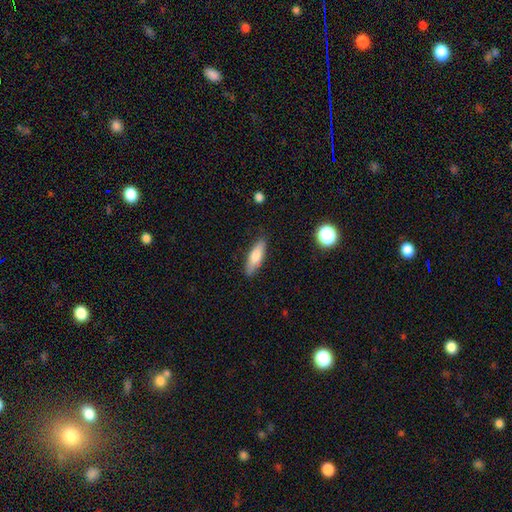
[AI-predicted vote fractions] smooth-or-featured: smooth: 72% | featured or disk: 22% | star or artifact: 6%
  how-rounded: cigar-shaped: 52% | in between: 46% | round: 2%
  merging: none: 85% | minor disturbance: 11% | major disturbance: 2% | merger: 1%